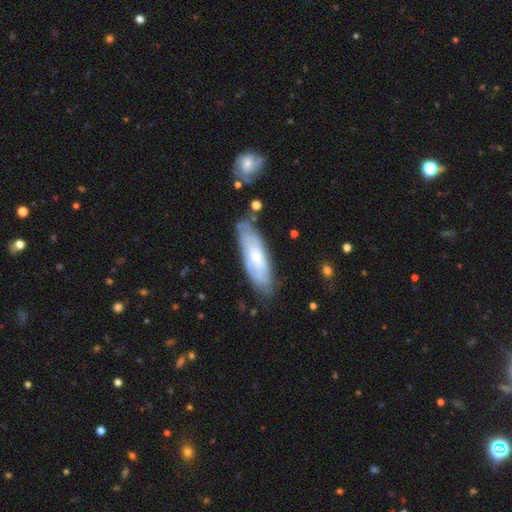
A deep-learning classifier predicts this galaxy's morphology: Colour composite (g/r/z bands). It shows a featured or disk galaxy (51%). Merging: none (69%).